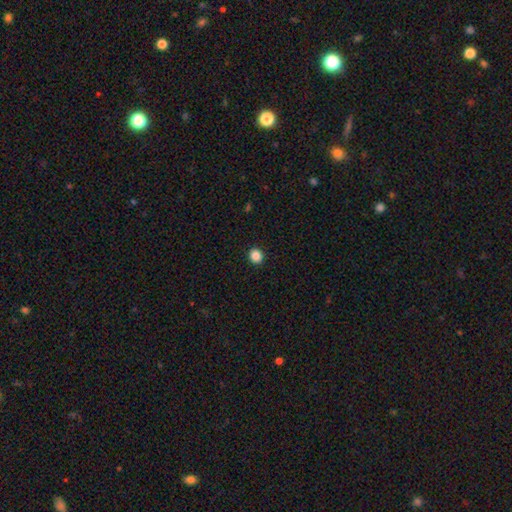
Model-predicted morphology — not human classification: Smooth or featured? Predicted: smooth (p=0.87). How rounded? Predicted: round (p=0.78). Merging? Predicted: none (p=0.93).